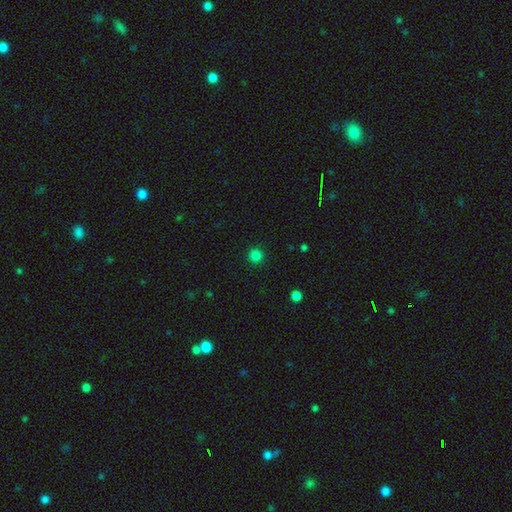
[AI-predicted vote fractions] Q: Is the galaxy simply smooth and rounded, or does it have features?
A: smooth — 83%.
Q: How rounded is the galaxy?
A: round — 95%.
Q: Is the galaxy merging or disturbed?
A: none — 92%.